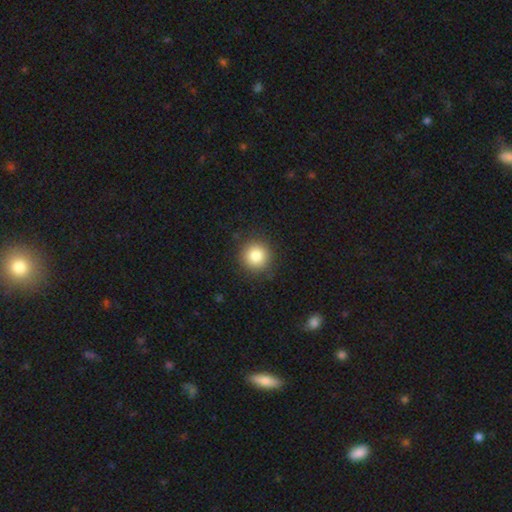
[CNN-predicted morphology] Q: Smooth or featured?
A: smooth (84%); runner-up: star or artifact (10%)
Q: How rounded?
A: round (94%); runner-up: in between (5%)
Q: Merging?
A: none (90%); runner-up: minor disturbance (7%)